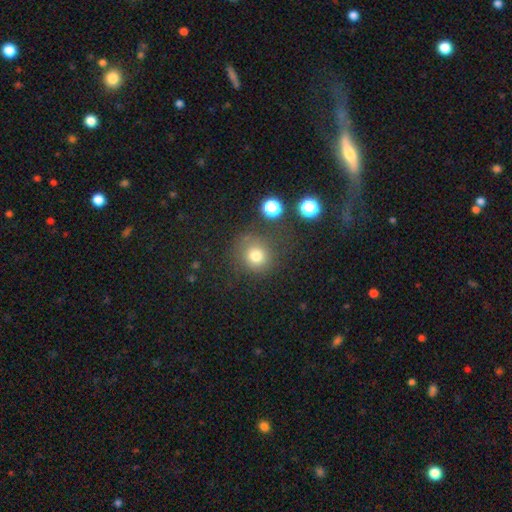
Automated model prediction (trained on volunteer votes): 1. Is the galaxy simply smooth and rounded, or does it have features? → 76% smooth, 16% star or artifact, 8% featured or disk.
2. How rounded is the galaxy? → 89% round, 10% in between, 1% cigar-shaped.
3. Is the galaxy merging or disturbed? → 75% none, 13% minor disturbance, 7% major disturbance, 6% merger.